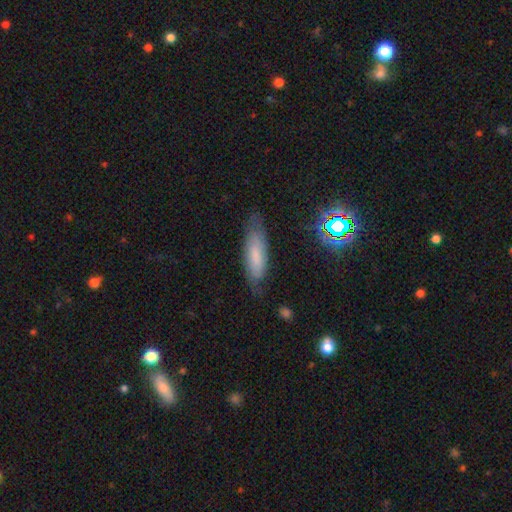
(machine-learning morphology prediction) Overall: smooth (65%). How rounded: cigar-shaped (54%; in between 44%). Merging: none (73%).